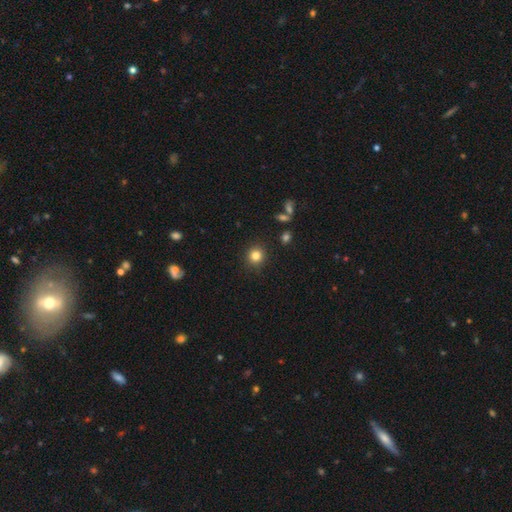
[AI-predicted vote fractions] This appears to be a smooth galaxy with no disk features (82%) that is round (91%). Merging: none (90%).